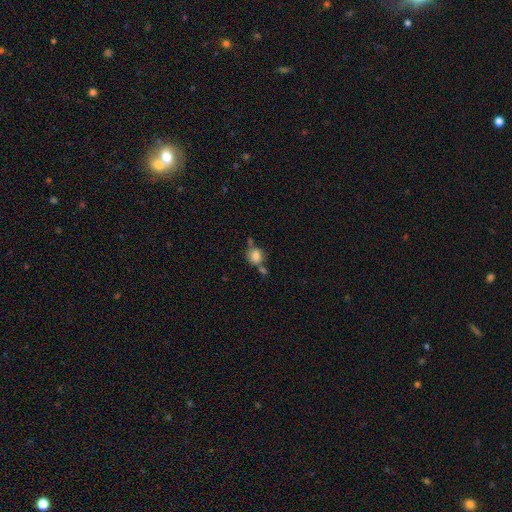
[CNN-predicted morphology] type=smooth (78%); roundness=round (67%); merging=none (47%).